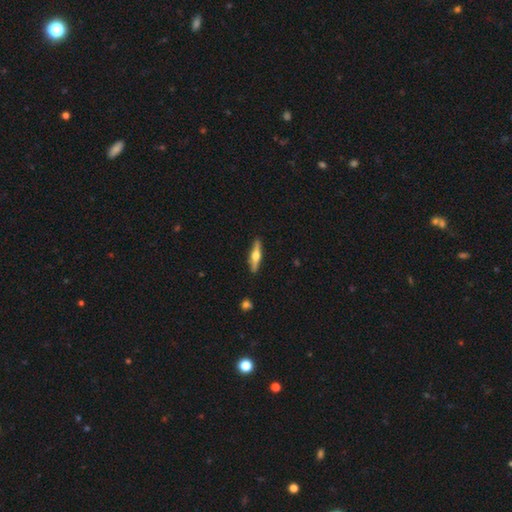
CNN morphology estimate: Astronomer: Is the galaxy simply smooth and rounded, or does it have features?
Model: featured or disk — 62%.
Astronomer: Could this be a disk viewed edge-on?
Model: yes — 96%.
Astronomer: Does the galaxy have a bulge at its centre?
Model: rounded — 94%.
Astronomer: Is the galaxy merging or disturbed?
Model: none — 90%.